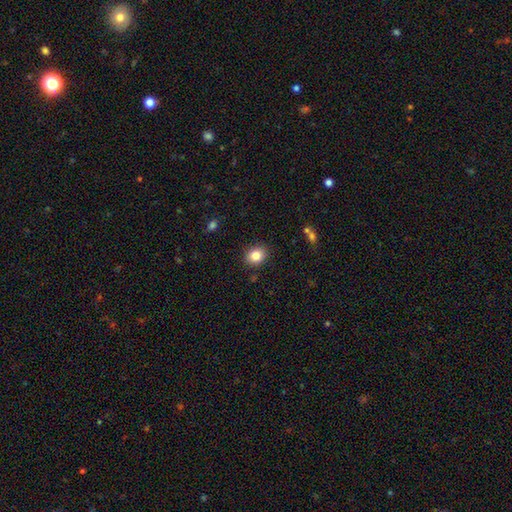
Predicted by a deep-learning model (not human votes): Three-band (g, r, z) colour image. It shows a smooth galaxy with no disk features (84%) that is round (57%). Merging: none (89%).